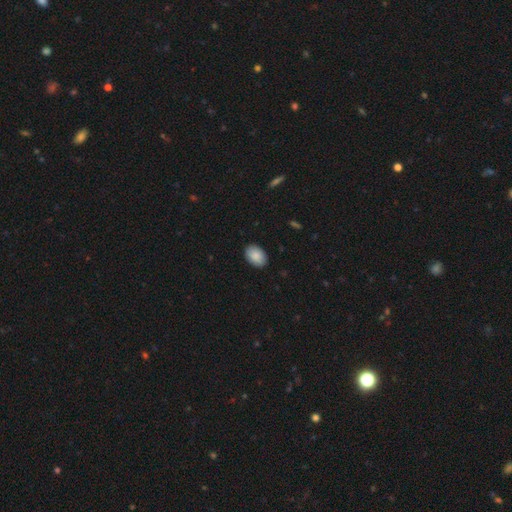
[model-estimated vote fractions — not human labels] This appears to be a smooth galaxy with no disk features (88%) that is in between round and cigar-shaped (87%). Merging: none (90%).